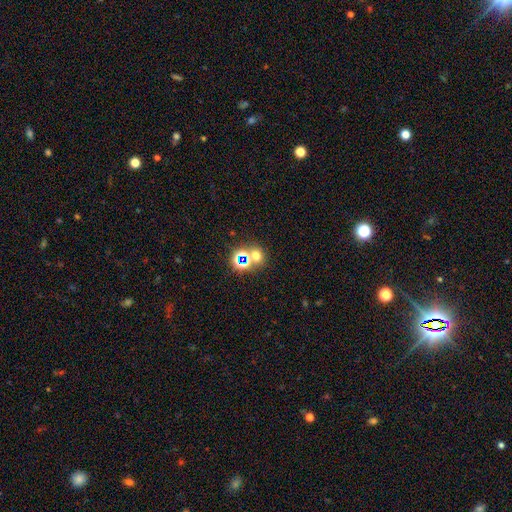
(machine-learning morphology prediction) The model was most divided on "smooth or featured": smooth: 51%, star or artifact: 39%, featured or disk: 10%. More confident: how rounded — round (78%); merging — none (64%).